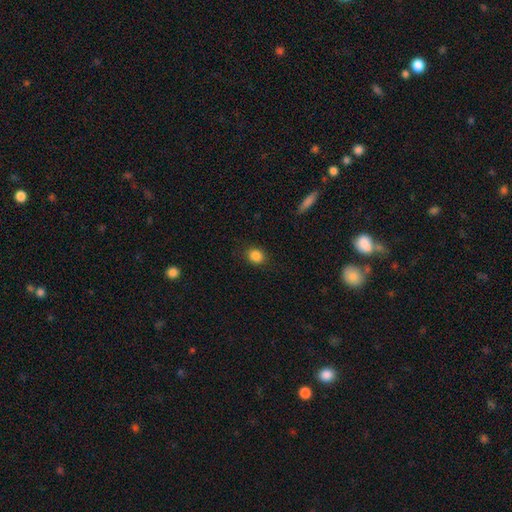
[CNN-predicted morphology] The model was most divided on "how rounded": round: 65%, in between: 34%, cigar-shaped: 1%. More confident: merging — none (87%); smooth or featured — smooth (86%).